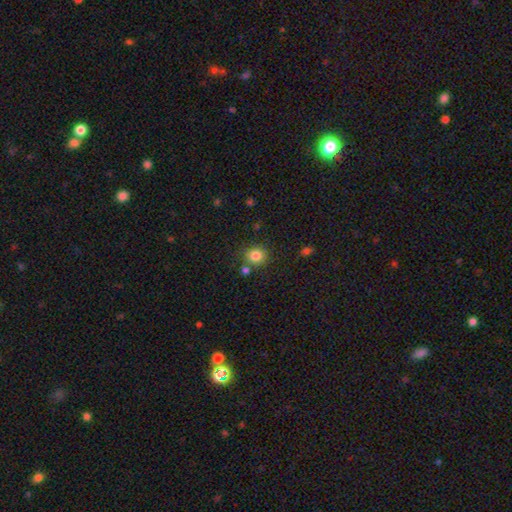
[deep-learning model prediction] The model was most divided on "merging": none: 76%, minor disturbance: 11%, merger: 10%, major disturbance: 3%. More confident: how rounded — round (83%); smooth or featured — smooth (83%).